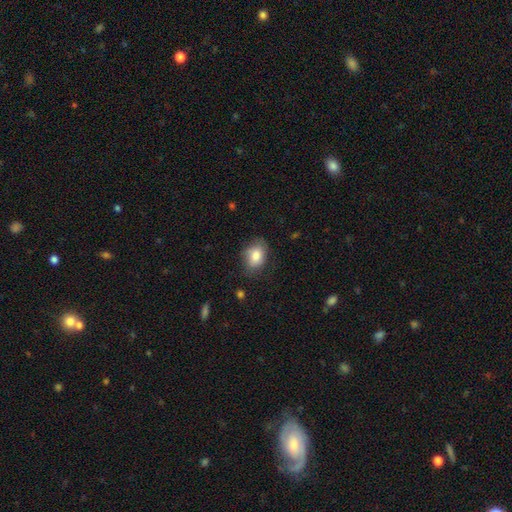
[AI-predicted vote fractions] Smooth or featured? smooth (82%)
How rounded? in between (73%)
Merging? none (67%)